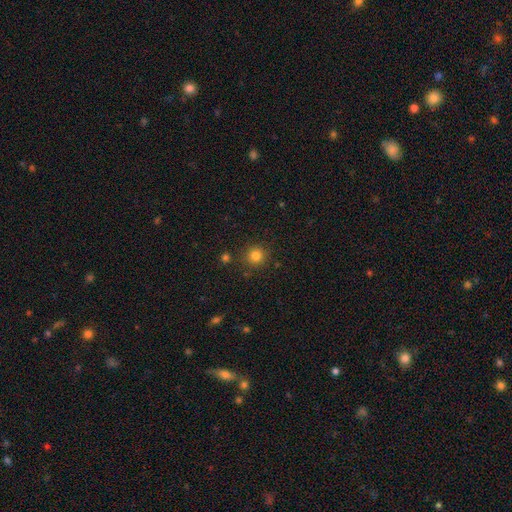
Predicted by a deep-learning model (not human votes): smooth_or_featured: smooth (p=0.81) [alt: star or artifact p=0.14]
how_rounded: round (p=0.93) [alt: in between p=0.06]
merging: none (p=0.87) [alt: minor disturbance p=0.07]